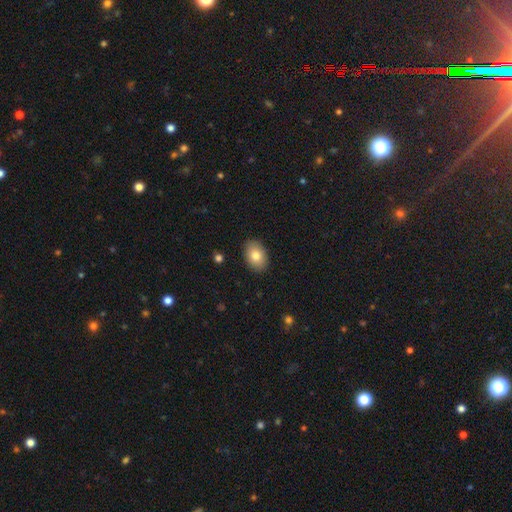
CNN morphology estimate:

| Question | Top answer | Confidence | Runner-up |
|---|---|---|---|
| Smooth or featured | smooth | 82% | featured or disk (11%) |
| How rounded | in between | 84% | round (15%) |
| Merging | none | 89% | minor disturbance (8%) |